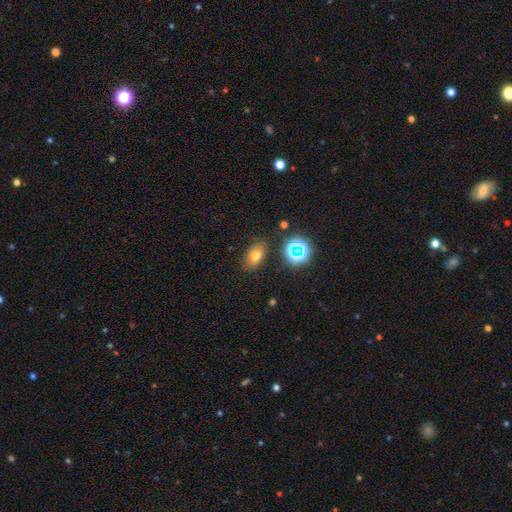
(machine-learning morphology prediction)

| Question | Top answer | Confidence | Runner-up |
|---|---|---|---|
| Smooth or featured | smooth | 69% | star or artifact (19%) |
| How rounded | in between | 82% | round (15%) |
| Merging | none | 81% | minor disturbance (12%) |